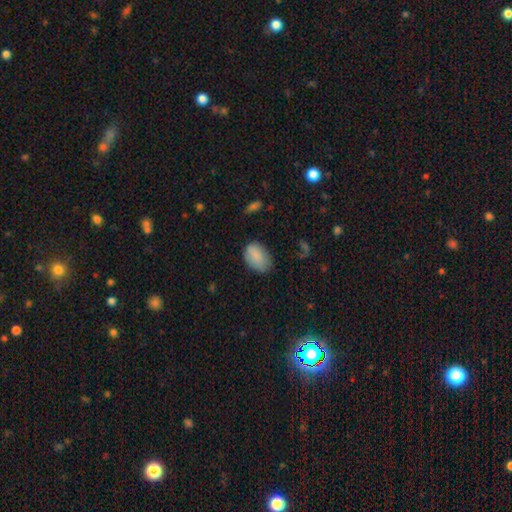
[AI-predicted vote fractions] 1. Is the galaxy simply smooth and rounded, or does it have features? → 85% smooth, 8% featured or disk, 7% star or artifact.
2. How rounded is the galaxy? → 85% in between, 14% round, 1% cigar-shaped.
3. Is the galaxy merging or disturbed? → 63% none, 29% minor disturbance, 7% major disturbance, 2% merger.